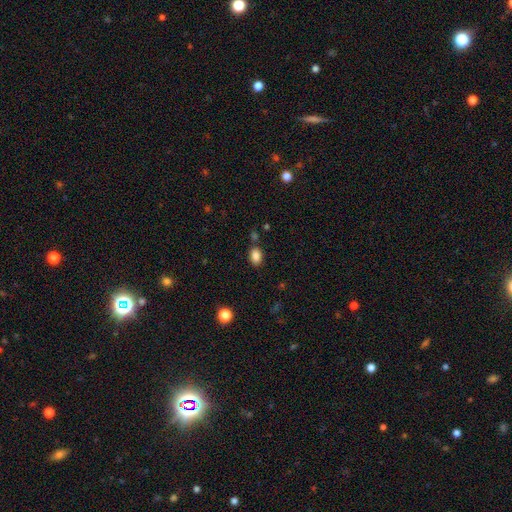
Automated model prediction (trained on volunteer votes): smooth-or-featured: smooth: 85% | star or artifact: 10% | featured or disk: 4%
  how-rounded: in between: 81% | round: 17% | cigar-shaped: 1%
  merging: none: 77% | minor disturbance: 13% | merger: 7% | major disturbance: 3%